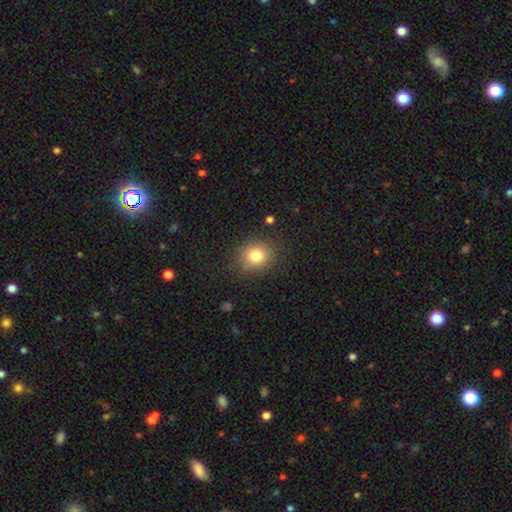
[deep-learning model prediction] This is clearly a smooth galaxy (81%). How rounded: likely round (71%). Merging: clearly none (84%).